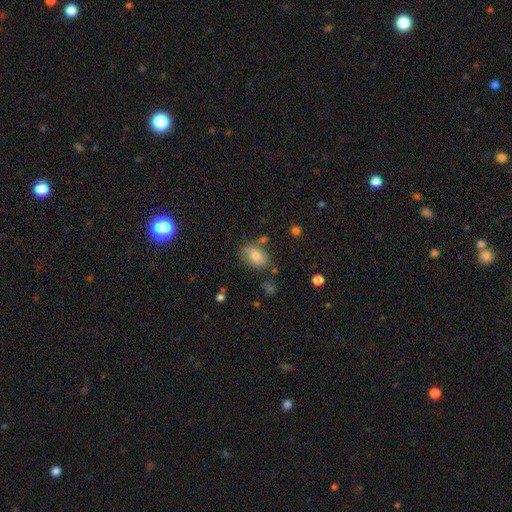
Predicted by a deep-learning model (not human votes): Smooth or featured? Predicted: smooth (p=0.73). How rounded? Predicted: in between (p=0.82). Merging? Predicted: none (p=0.69).